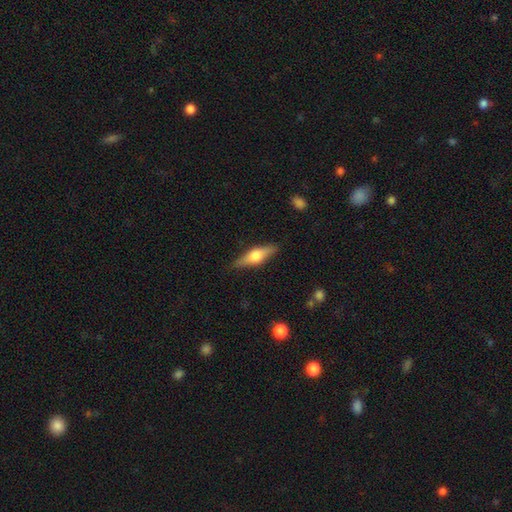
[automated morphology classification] smooth-or-featured: featured or disk: 54% | smooth: 40% | star or artifact: 6%
  disk-edge-on: yes: 94% | no: 6%
    edge-on-bulge: rounded: 92% | boxy: 6% | none: 2%
  merging: none: 86% | minor disturbance: 11% | major disturbance: 2% | merger: 1%